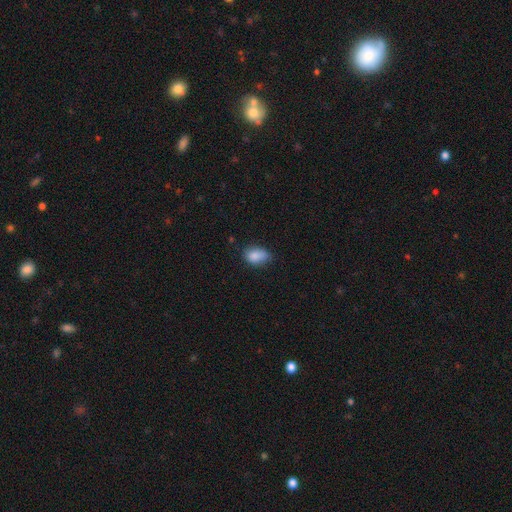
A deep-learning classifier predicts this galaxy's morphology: Smooth or featured?
  - smooth: 85% *
  - star or artifact: 9%
  - featured or disk: 7%
How rounded?
  - in between: 81% *
  - round: 18%
  - cigar-shaped: 2%
Merging?
  - none: 54% *
  - minor disturbance: 36%
  - major disturbance: 7%
  - merger: 2%